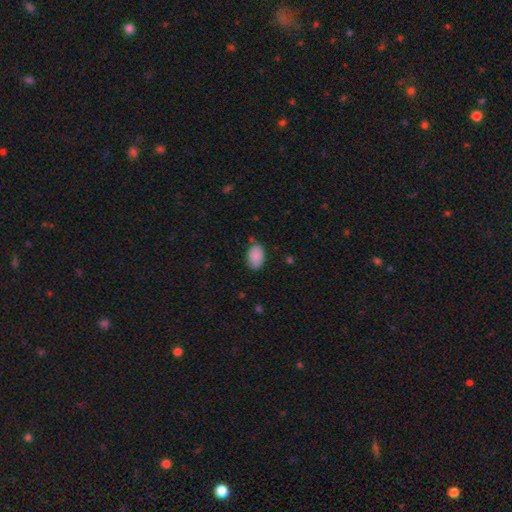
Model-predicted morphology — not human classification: Q: Smooth or featured?
A: smooth (89%); runner-up: star or artifact (7%)
Q: How rounded?
A: in between (90%); runner-up: round (9%)
Q: Merging?
A: none (80%); runner-up: minor disturbance (15%)